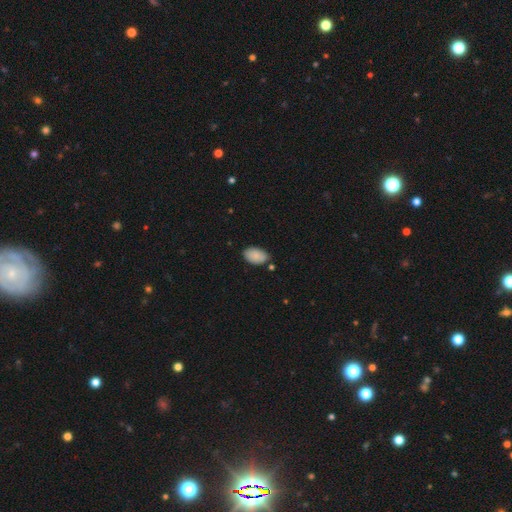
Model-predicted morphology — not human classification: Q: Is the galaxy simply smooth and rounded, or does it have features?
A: smooth — 87%.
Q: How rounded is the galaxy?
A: in between — 93%.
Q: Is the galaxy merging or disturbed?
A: none — 76%.